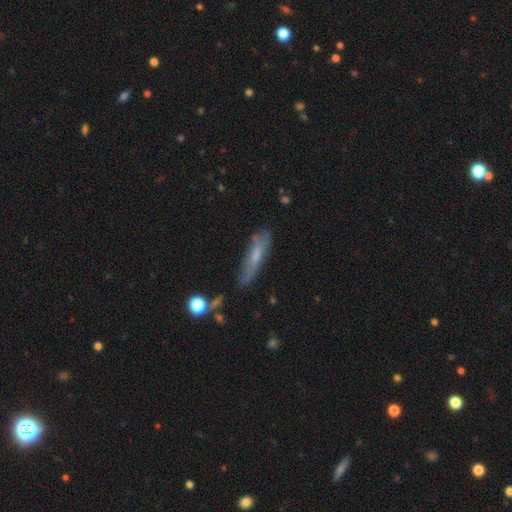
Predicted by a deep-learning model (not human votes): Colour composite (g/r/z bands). It shows a smooth galaxy with no disk features (55%) that is cigar-shaped (77%). Merging: none (58%).